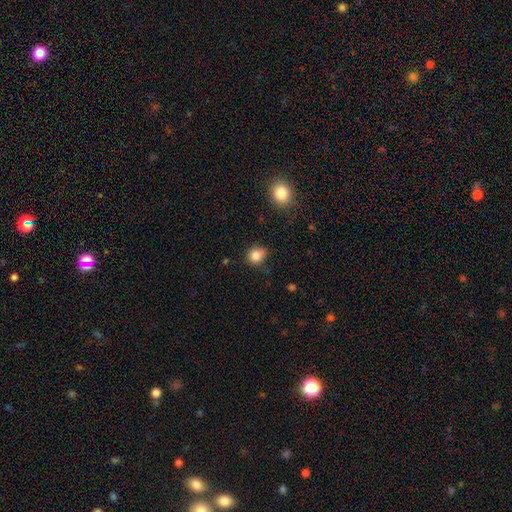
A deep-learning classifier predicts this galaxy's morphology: smooth_or_featured: smooth (p=0.84) [alt: star or artifact p=0.11]
how_rounded: round (p=0.67) [alt: in between p=0.32]
merging: none (p=0.75) [alt: minor disturbance p=0.20]